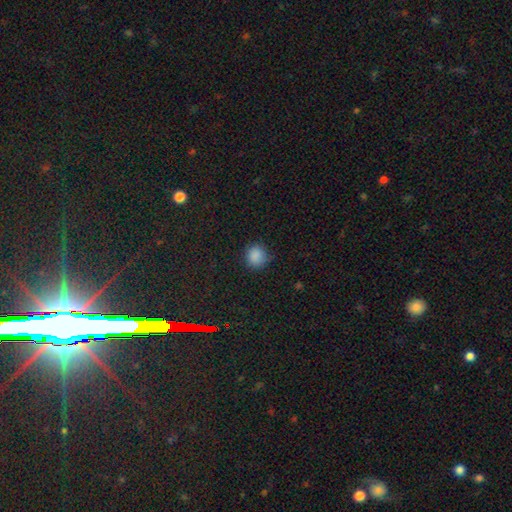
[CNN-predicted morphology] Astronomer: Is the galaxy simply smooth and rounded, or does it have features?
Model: smooth — 86%.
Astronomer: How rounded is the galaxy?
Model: round — 86%.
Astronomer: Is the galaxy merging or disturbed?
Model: none — 81%.